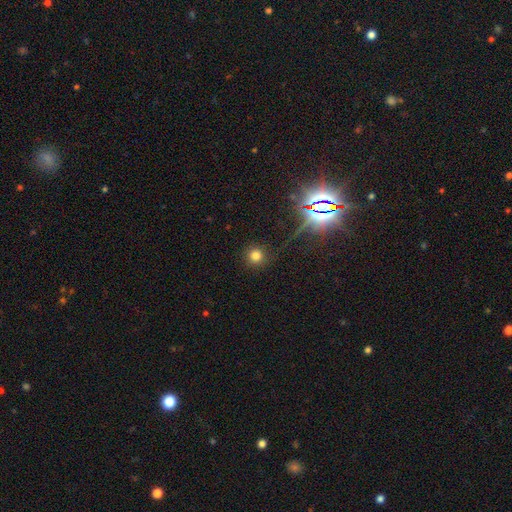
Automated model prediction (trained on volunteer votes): Smooth or featured? smooth (75%)
How rounded? round (94%)
Merging? none (89%)